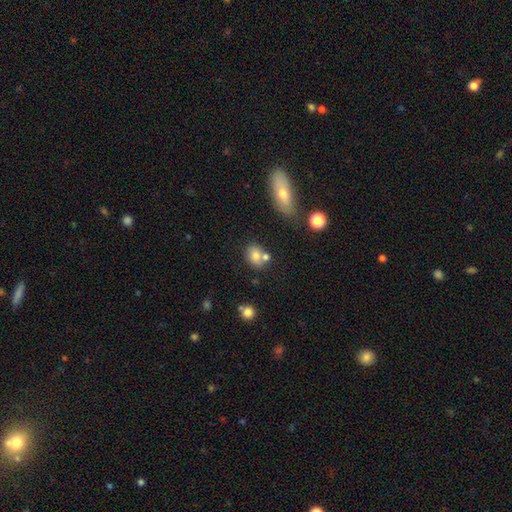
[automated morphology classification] Smooth or featured? Predicted: smooth (p=0.75). How rounded? Predicted: in between (p=0.59). Merging? Predicted: none (p=0.55).